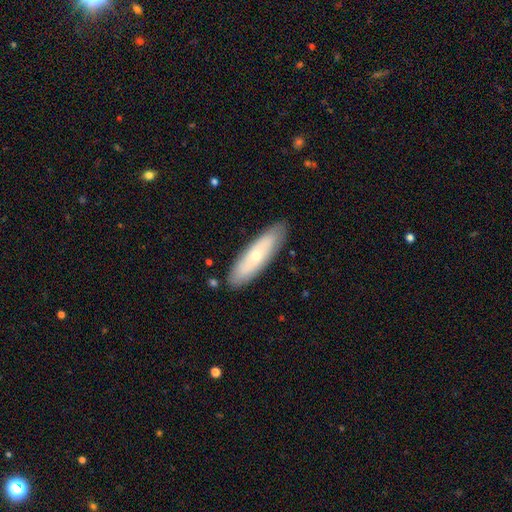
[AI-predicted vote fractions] smooth-or-featured: smooth: 53% | featured or disk: 40% | star or artifact: 6%
  how-rounded: cigar-shaped: 61% | in between: 37% | round: 2%
  merging: none: 85% | minor disturbance: 11% | major disturbance: 2% | merger: 2%